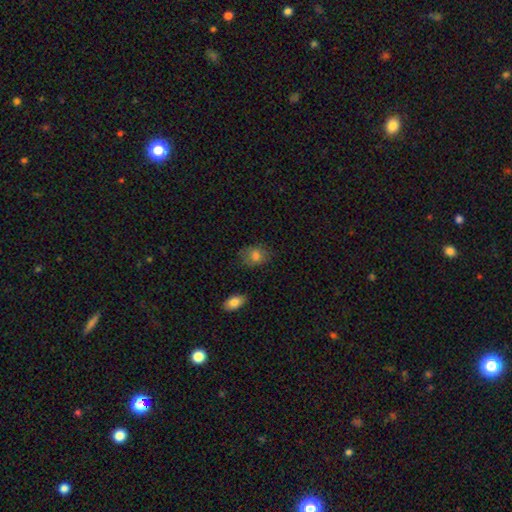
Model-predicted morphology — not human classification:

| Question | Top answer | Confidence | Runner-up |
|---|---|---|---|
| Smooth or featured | smooth | 80% | featured or disk (11%) |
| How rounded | in between | 63% | round (35%) |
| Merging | none | 70% | minor disturbance (21%) |